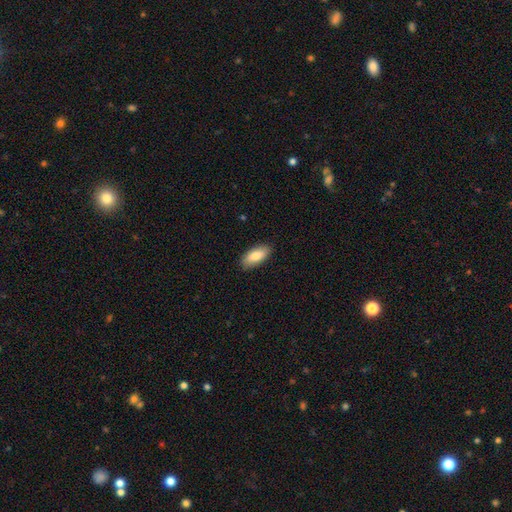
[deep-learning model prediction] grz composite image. It shows a smooth galaxy with no disk features (84%) that is in between round and cigar-shaped (88%). Merging: none (88%).